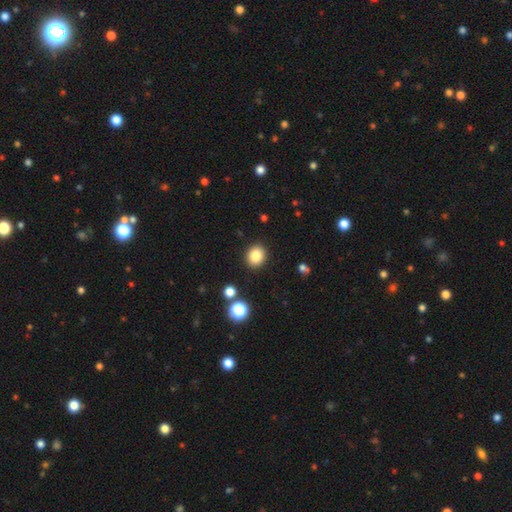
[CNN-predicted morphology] This is clearly a smooth galaxy (84%). How rounded: likely round (73%). Merging: clearly none (90%).